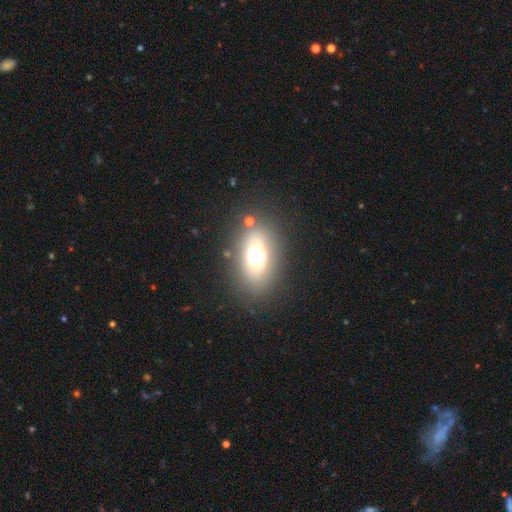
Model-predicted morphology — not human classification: A smooth galaxy with no disk features (57%) that is in between round and cigar-shaped (78%).

Vote fractions:
- Smooth or featured? smooth: 57% / featured or disk: 28% / star or artifact: 15%
- How rounded? in between: 78% / round: 19% / cigar-shaped: 3%
- Merging? none: 79% / minor disturbance: 11% / major disturbance: 6% / merger: 4%